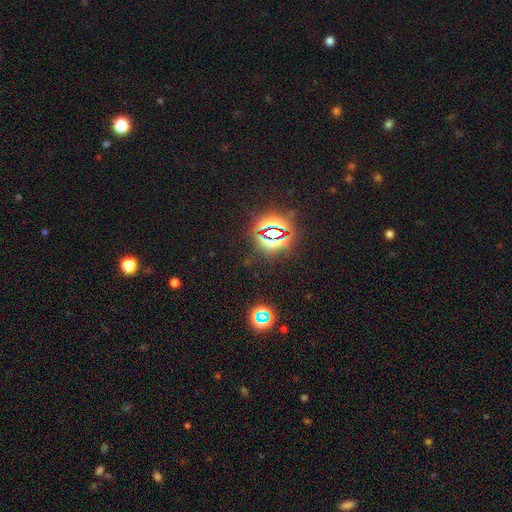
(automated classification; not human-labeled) Smooth or featured: star or artifact — 81% (smooth — 12%)